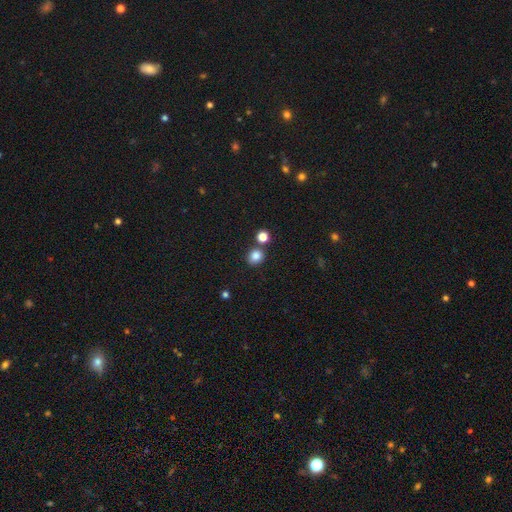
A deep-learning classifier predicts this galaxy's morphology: This appears to be a smooth galaxy with no disk features (84%) that is round (73%). Merging: none (73%).